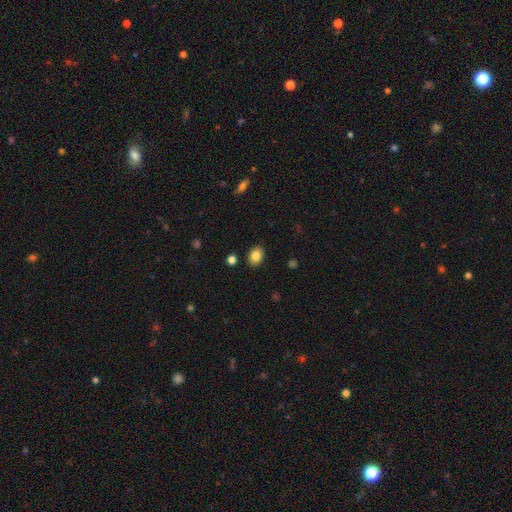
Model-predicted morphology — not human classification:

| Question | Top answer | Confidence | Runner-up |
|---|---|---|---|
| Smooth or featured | smooth | 84% | star or artifact (9%) |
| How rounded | in between | 67% | round (32%) |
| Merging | none | 88% | minor disturbance (8%) |